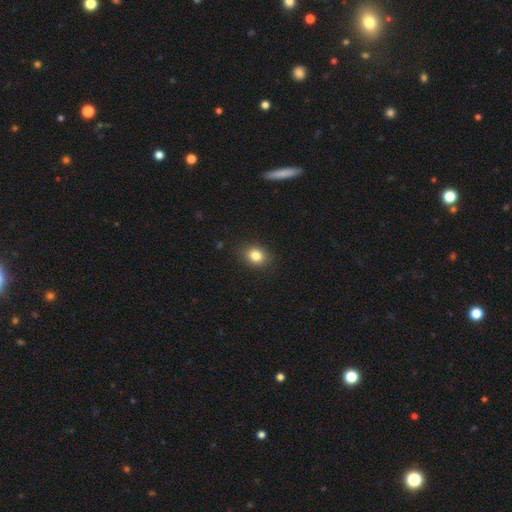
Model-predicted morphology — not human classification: Smooth or featured? smooth (82%)
How rounded? in between (53%)
Merging? none (86%)